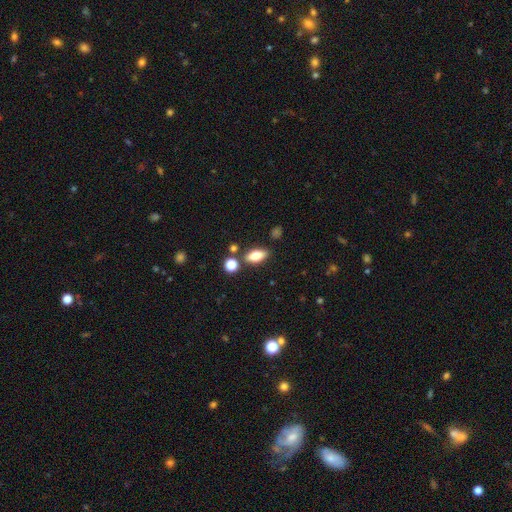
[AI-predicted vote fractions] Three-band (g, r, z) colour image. It shows a smooth galaxy with no disk features (70%) that is in between round and cigar-shaped (79%). Merging: none (79%).